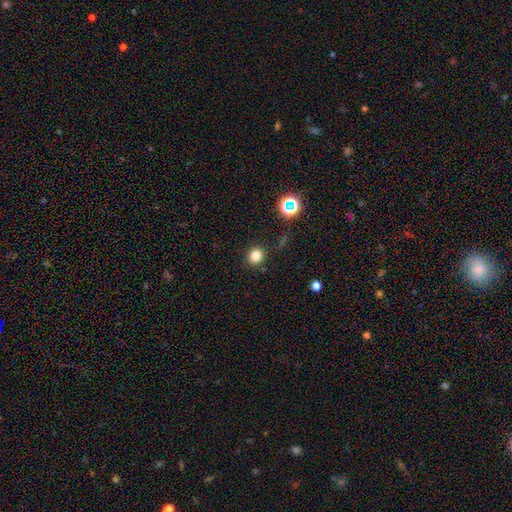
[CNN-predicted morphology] Q: Smooth or featured?
A: smooth (80%); runner-up: star or artifact (15%)
Q: How rounded?
A: round (85%); runner-up: in between (14%)
Q: Merging?
A: none (89%); runner-up: minor disturbance (6%)